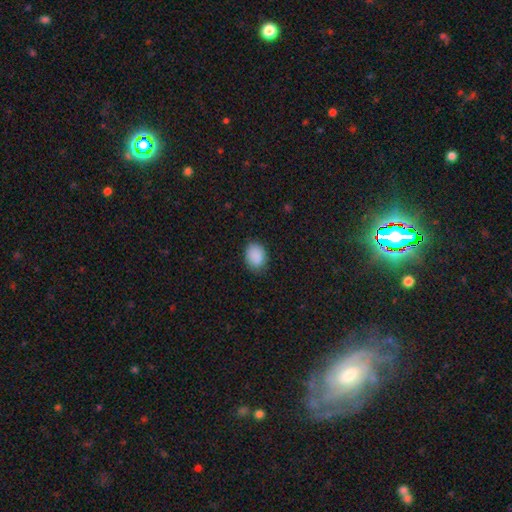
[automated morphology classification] Overall: smooth (89%). How rounded: in between (68%; round 32%). Merging: none (80%).